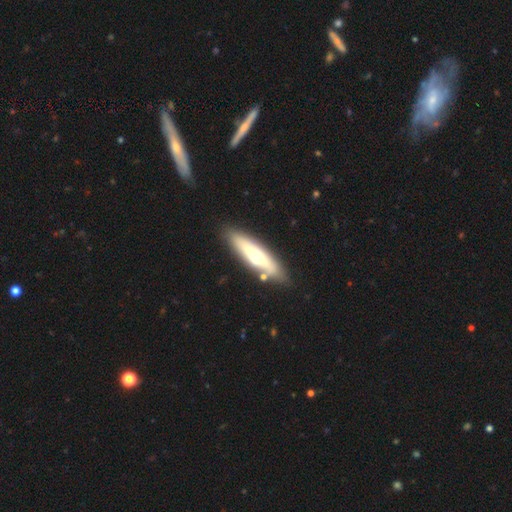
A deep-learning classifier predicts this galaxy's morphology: The model was most divided on "smooth or featured": smooth: 48%, featured or disk: 47%, star or artifact: 6%. More confident: merging — none (79%).